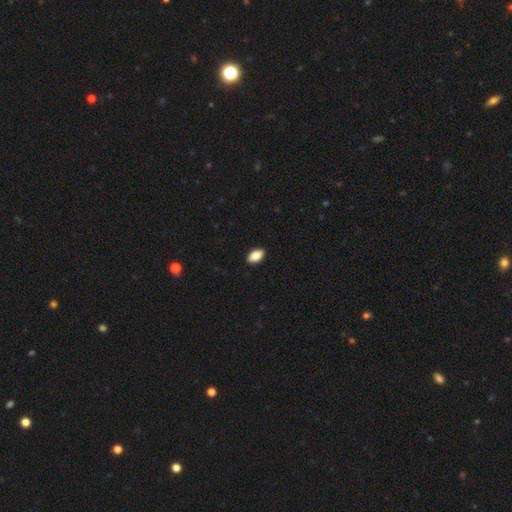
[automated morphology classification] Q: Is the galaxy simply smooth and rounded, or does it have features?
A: smooth — 87%.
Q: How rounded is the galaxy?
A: in between — 93%.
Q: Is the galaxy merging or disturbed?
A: none — 91%.